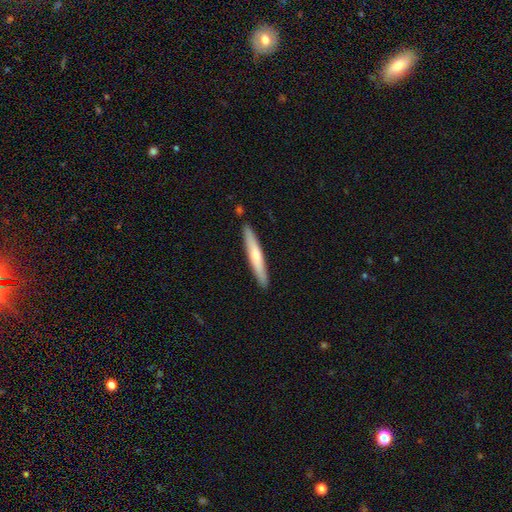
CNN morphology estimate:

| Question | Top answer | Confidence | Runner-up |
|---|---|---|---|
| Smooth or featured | smooth | 61% | featured or disk (34%) |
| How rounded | cigar-shaped | 95% | in between (4%) |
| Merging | none | 90% | minor disturbance (7%) |